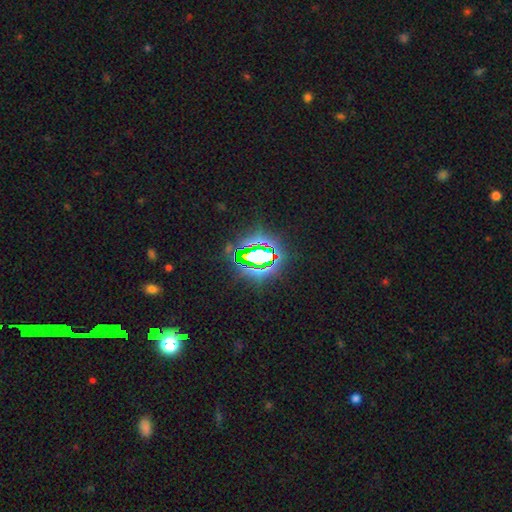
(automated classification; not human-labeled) Overall: star or artifact (75%).